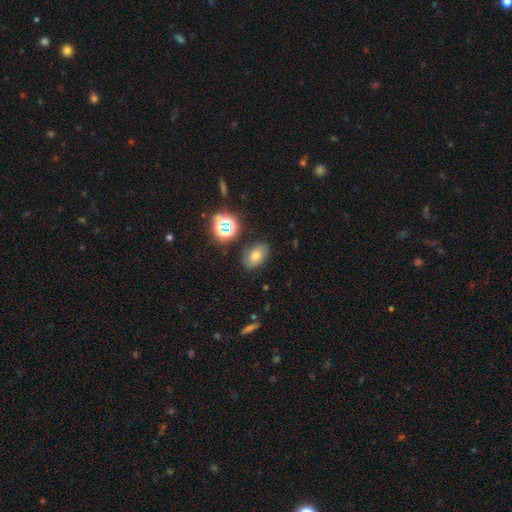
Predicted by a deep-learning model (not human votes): A smooth galaxy with no disk features (56%) that is in between round and cigar-shaped (79%). Merging: none (81%).